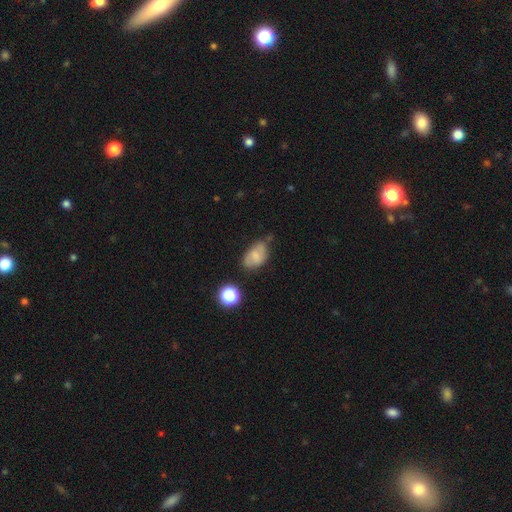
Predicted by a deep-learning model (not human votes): This appears to be a smooth galaxy with no disk features (69%) that is in between round and cigar-shaped (87%). Merging: none (49%).